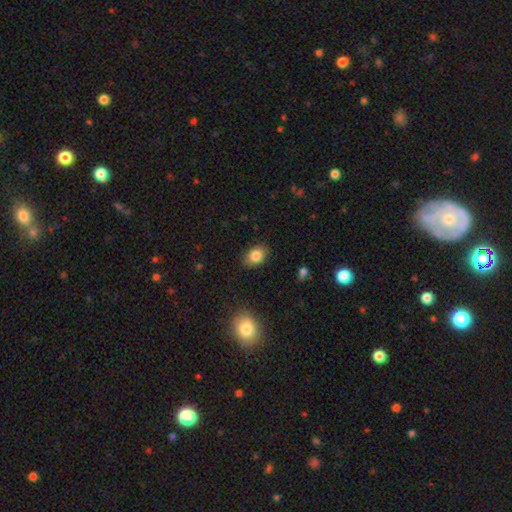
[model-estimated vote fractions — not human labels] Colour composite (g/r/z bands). It shows a smooth galaxy with no disk features (84%) that is in between round and cigar-shaped (71%). Merging: none (86%).